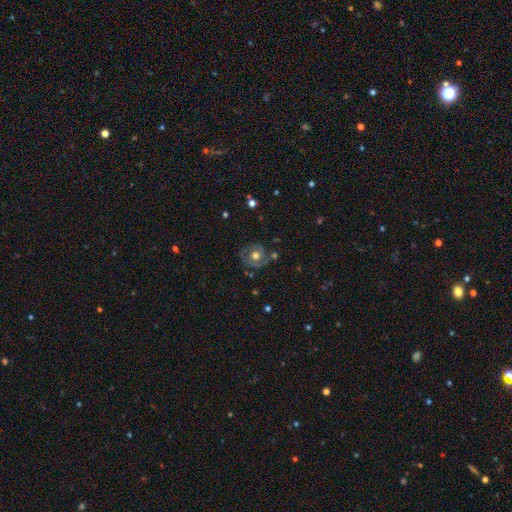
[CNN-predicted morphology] Smooth or featured: featured or disk — 58% (smooth — 33%)
Edge-on disk: no — 97% (yes — 3%)
Bar: no — 85% (weak — 12%)
Spiral arms: yes — 61% (no — 39%)
Bulge size: moderate — 72% (large — 19%)
Merging: none — 72% (minor disturbance — 17%)